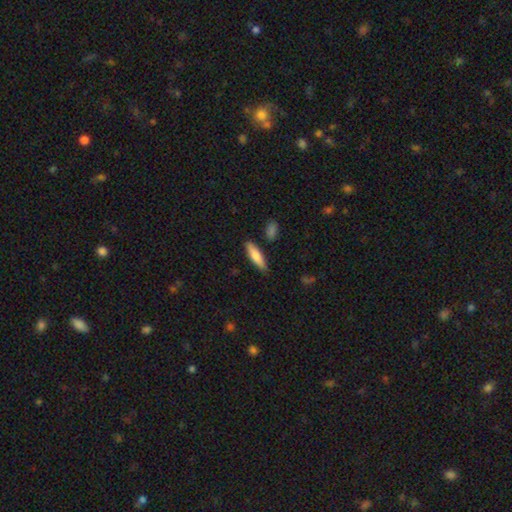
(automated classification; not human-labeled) smooth-or-featured: smooth: 77% | featured or disk: 17% | star or artifact: 6%
  how-rounded: cigar-shaped: 63% | in between: 35% | round: 2%
  merging: none: 85% | minor disturbance: 10% | merger: 3% | major disturbance: 2%